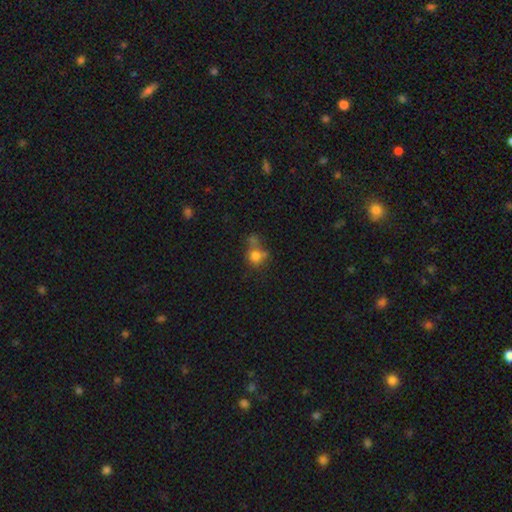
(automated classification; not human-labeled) smooth-or-featured: smooth: 72% | featured or disk: 14% | star or artifact: 14%
  how-rounded: round: 77% | in between: 22% | cigar-shaped: 1%
  merging: none: 40% | merger: 32% | minor disturbance: 17% | major disturbance: 12%